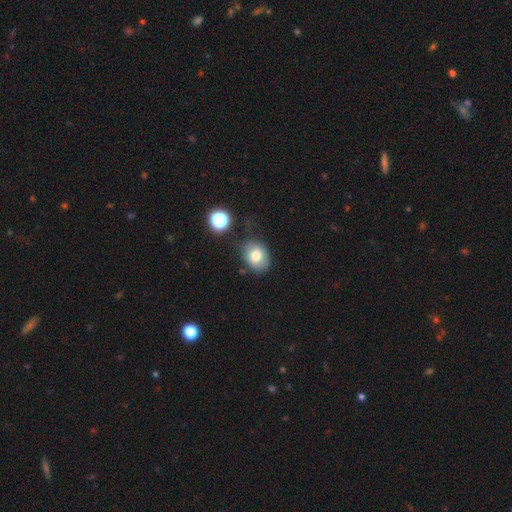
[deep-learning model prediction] smooth-or-featured: smooth: 76% | featured or disk: 13% | star or artifact: 11%
  how-rounded: in between: 57% | round: 42% | cigar-shaped: 1%
  merging: none: 68% | minor disturbance: 21% | major disturbance: 6% | merger: 5%